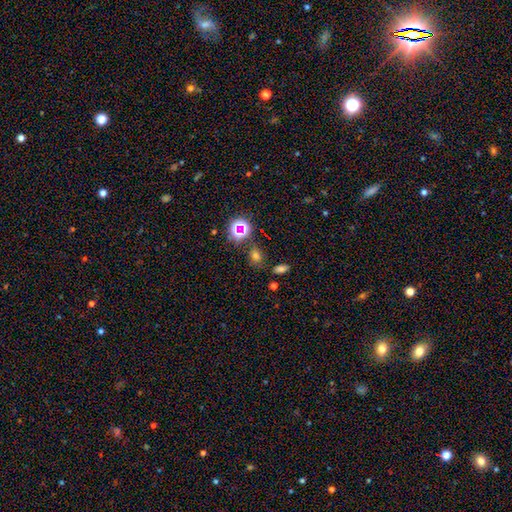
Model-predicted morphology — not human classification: This is likely a smooth galaxy (63%). How rounded: possibly in between (52%). Merging: likely none (77%).